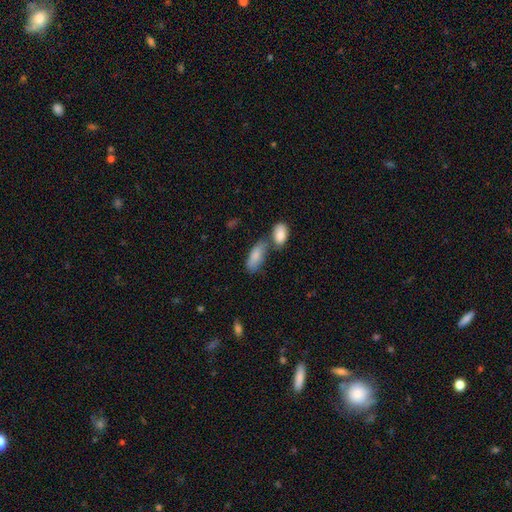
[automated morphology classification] smooth 82%, featured or disk 11%, star or artifact 7%. Down the decision tree: how rounded — in between (81%); merging — none (42%).